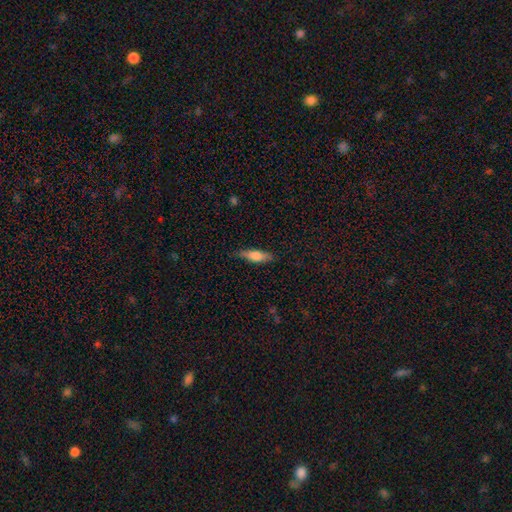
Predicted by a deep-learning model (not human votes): This is likely a smooth galaxy (70%). How rounded: possibly cigar-shaped (50%). Merging: likely none (79%).